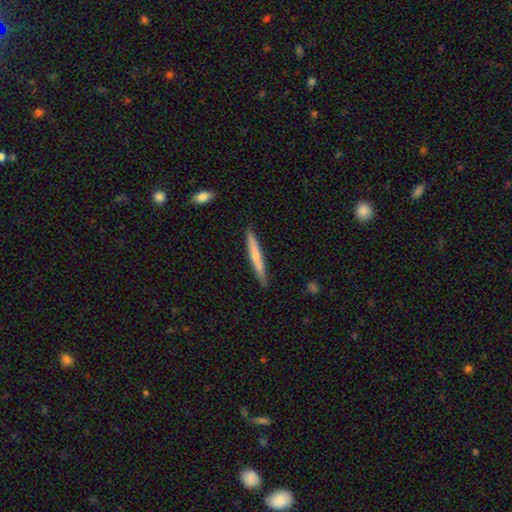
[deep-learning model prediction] A smooth galaxy with no disk features (62%) that is cigar-shaped (96%). Merging: none (87%).